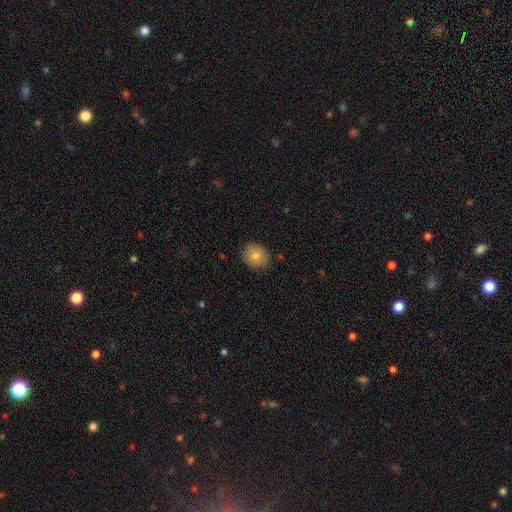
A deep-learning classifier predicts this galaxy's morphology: A smooth galaxy with no disk features (82%) that is round (72%).

Vote fractions:
- Smooth or featured? smooth: 82% / featured or disk: 9% / star or artifact: 8%
- How rounded? round: 72% / in between: 27% / cigar-shaped: 1%
- Merging? none: 87% / minor disturbance: 10% / major disturbance: 2% / merger: 1%